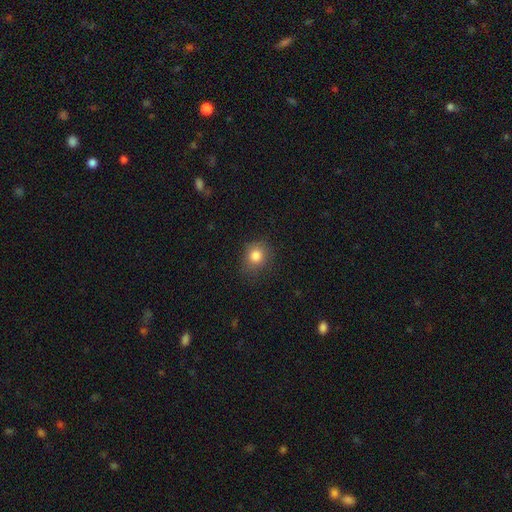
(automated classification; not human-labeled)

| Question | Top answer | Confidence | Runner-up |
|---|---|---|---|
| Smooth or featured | smooth | 83% | star or artifact (11%) |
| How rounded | round | 73% | in between (26%) |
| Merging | none | 74% | minor disturbance (19%) |